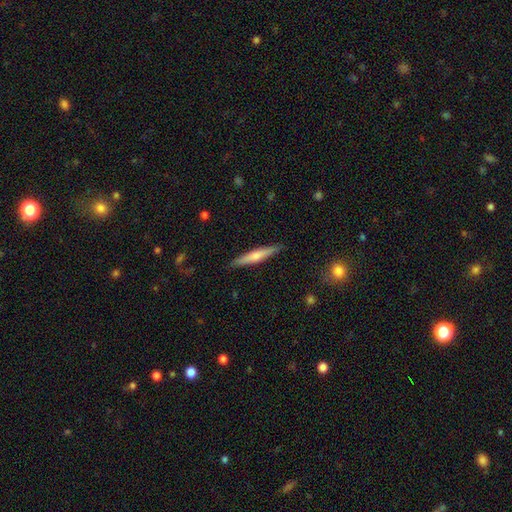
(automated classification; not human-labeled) smooth_or_featured: smooth (p=0.54) [alt: featured or disk p=0.40]
how_rounded: cigar-shaped (p=0.93) [alt: in between p=0.06]
merging: none (p=0.89) [alt: minor disturbance p=0.08]